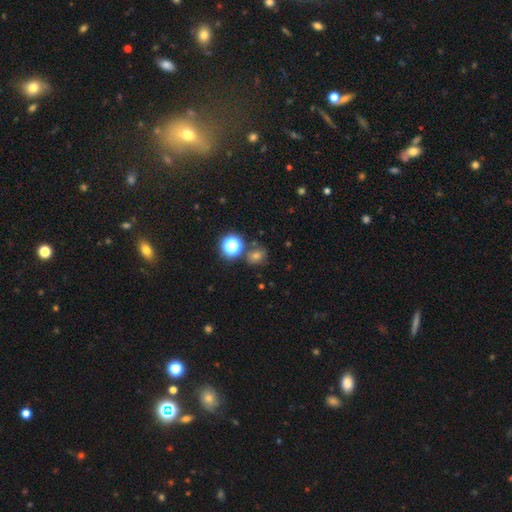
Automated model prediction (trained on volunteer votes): Smooth or featured?
  - smooth: 47% *
  - star or artifact: 42%
  - featured or disk: 11%
Merging?
  - none: 77% *
  - minor disturbance: 10%
  - merger: 9%
  - major disturbance: 4%